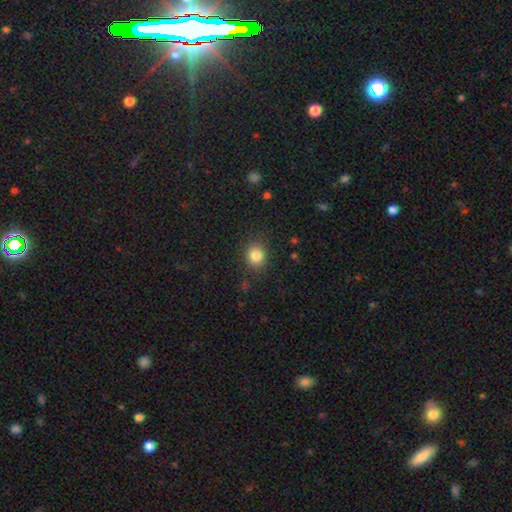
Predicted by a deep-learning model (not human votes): Q: Smooth or featured?
A: smooth (84%); runner-up: star or artifact (11%)
Q: How rounded?
A: round (73%); runner-up: in between (27%)
Q: Merging?
A: none (85%); runner-up: minor disturbance (10%)